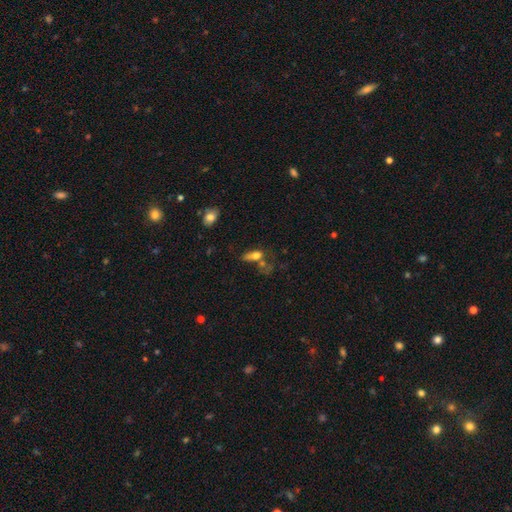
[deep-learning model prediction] Overall: smooth (39%; star or artifact 32%). Merging: none (43%; merger 28%).